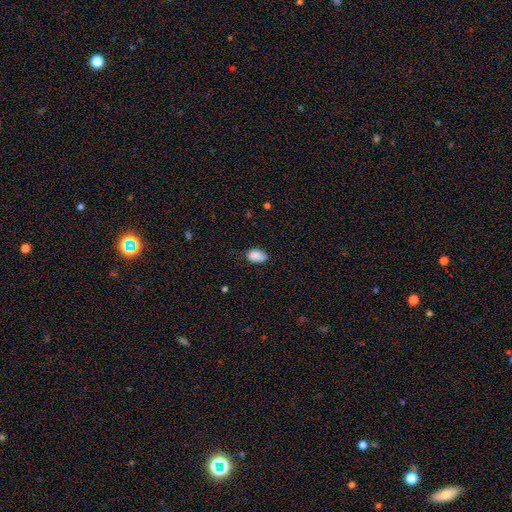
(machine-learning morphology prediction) This is clearly a smooth galaxy (87%). How rounded: clearly in between (91%). Merging: likely none (62%).